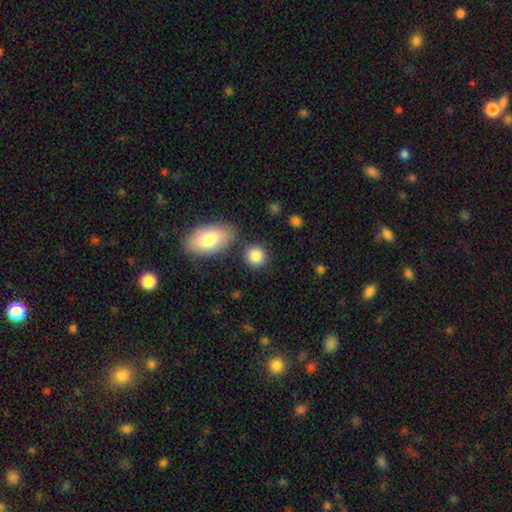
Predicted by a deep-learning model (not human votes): The model was most divided on "how rounded": round: 81%, in between: 17%, cigar-shaped: 1%. More confident: smooth or featured — smooth (86%); merging — none (80%).